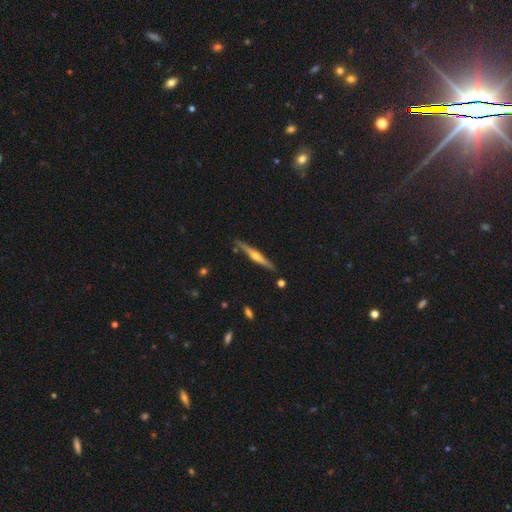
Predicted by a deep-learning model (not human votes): Smooth or featured? Predicted: featured or disk (p=0.73). Edge-on disk? Predicted: yes (p=0.98). Edge-on bulge? Predicted: rounded (p=0.90). Merging? Predicted: none (p=0.87).